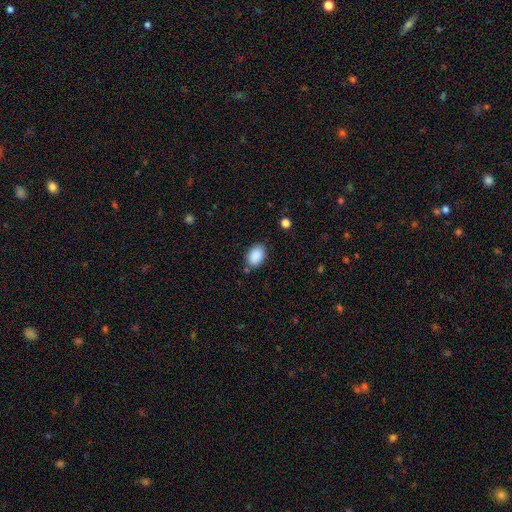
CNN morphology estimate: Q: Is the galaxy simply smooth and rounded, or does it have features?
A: smooth — 89%.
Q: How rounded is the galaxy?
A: in between — 82%.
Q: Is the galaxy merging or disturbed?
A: none — 80%.